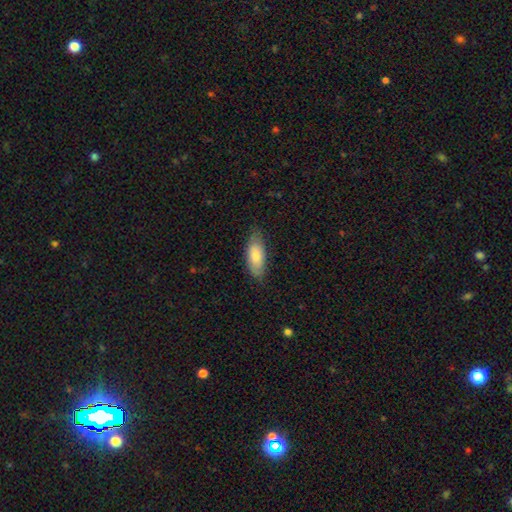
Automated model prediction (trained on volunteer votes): smooth-or-featured: smooth: 74% | featured or disk: 21% | star or artifact: 6%
  how-rounded: in between: 83% | cigar-shaped: 15% | round: 2%
  merging: none: 74% | minor disturbance: 21% | major disturbance: 4% | merger: 1%